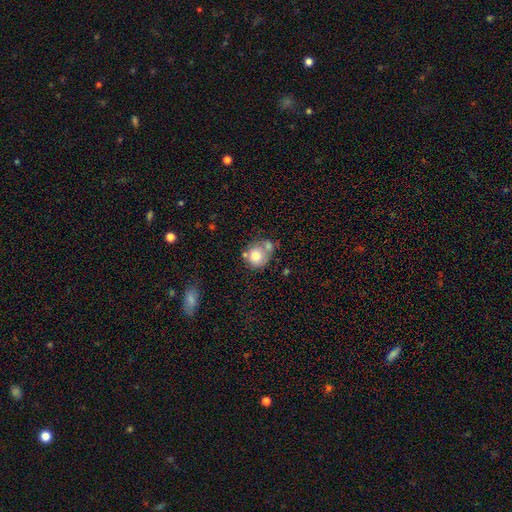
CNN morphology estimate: This is likely a smooth galaxy (74%). How rounded: likely round (78%). Merging: marginally none (39%).